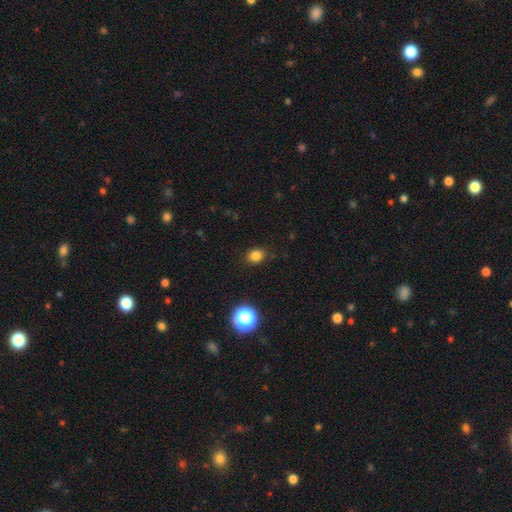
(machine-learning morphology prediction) type=smooth (81%); roundness=round (63%); merging=none (86%).